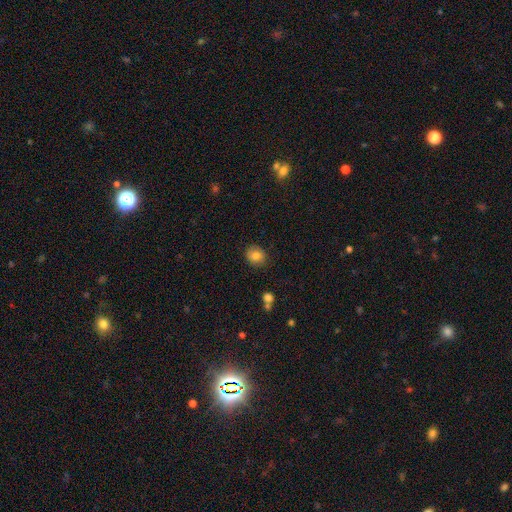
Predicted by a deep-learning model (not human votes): Morphology: type=smooth (82%); roundness=round (68%); merging=none (85%).